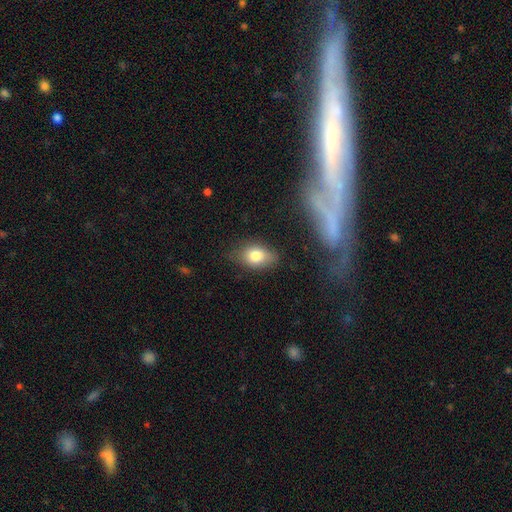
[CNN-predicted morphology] Smooth or featured: smooth — 79% (featured or disk — 12%)
How rounded: in between — 83% (round — 15%)
Merging: none — 72% (minor disturbance — 21%)